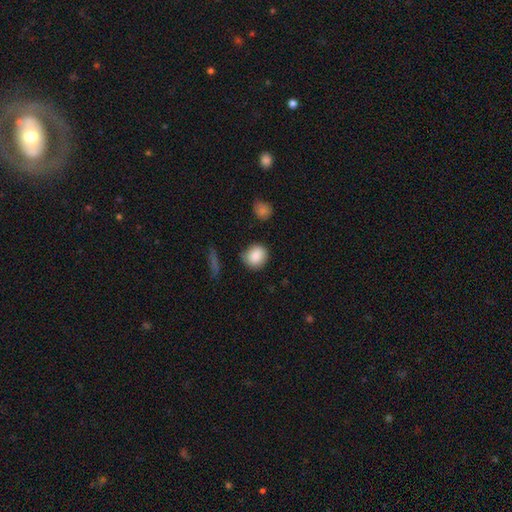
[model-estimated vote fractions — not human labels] smooth-or-featured: smooth: 88% | star or artifact: 8% | featured or disk: 5%
  how-rounded: round: 82% | in between: 17% | cigar-shaped: 1%
  merging: none: 79% | minor disturbance: 14% | major disturbance: 4% | merger: 3%